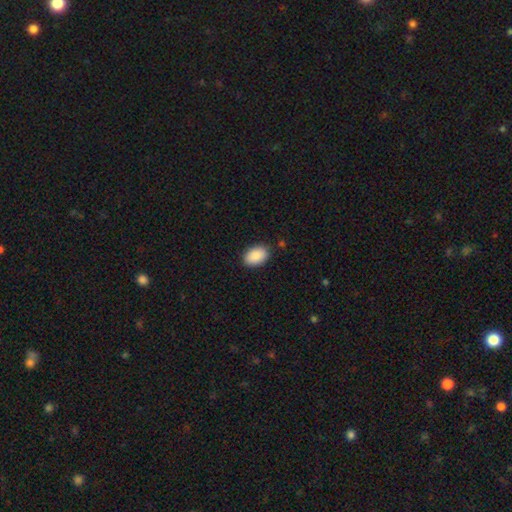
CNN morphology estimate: Smooth or featured? smooth (89%)
How rounded? in between (89%)
Merging? none (87%)